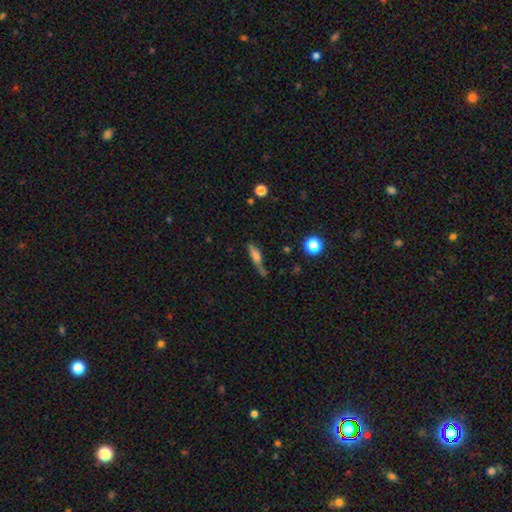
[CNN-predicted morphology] Smooth or featured: smooth — 56% (featured or disk — 33%)
How rounded: cigar-shaped — 73% (in between — 23%)
Merging: none — 55% (minor disturbance — 26%)